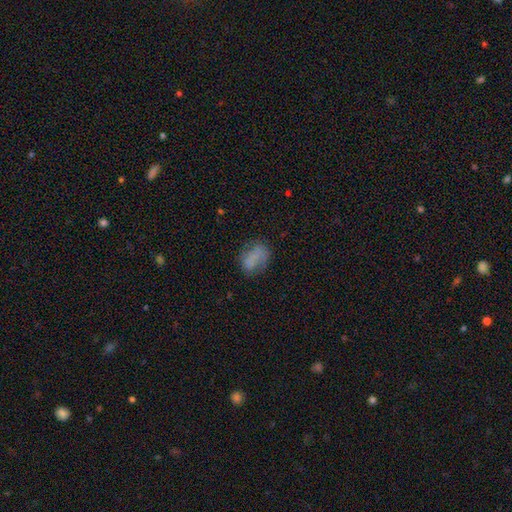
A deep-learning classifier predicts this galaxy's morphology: type=smooth (65%); roundness=in between (78%); merging=none (54%).